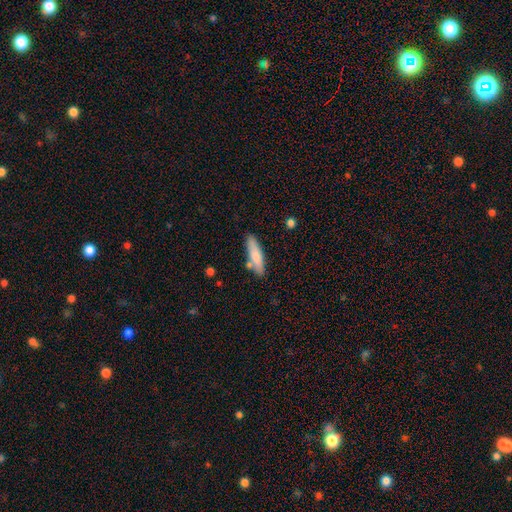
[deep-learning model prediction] Morphology: type=smooth (76%); roundness=cigar-shaped (69%); merging=none (79%).